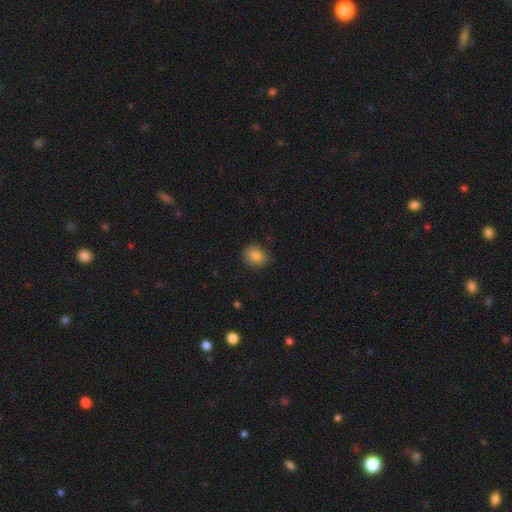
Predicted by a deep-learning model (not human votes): Smooth or featured: smooth — 82% (star or artifact — 10%)
How rounded: round — 70% (in between — 29%)
Merging: none — 81% (minor disturbance — 15%)